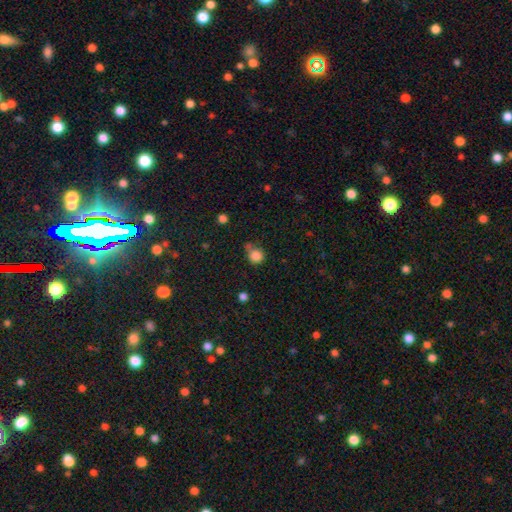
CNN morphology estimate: Smooth or featured? smooth (83%)
How rounded? round (88%)
Merging? none (55%)